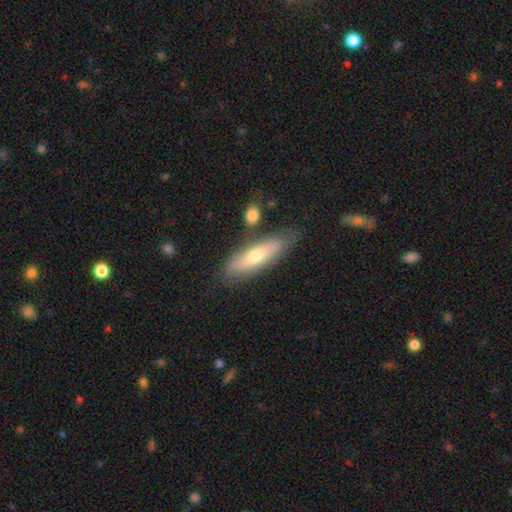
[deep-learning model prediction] This appears to be a smooth galaxy with no disk features (55%) that is cigar-shaped (65%). Merging: none (79%).